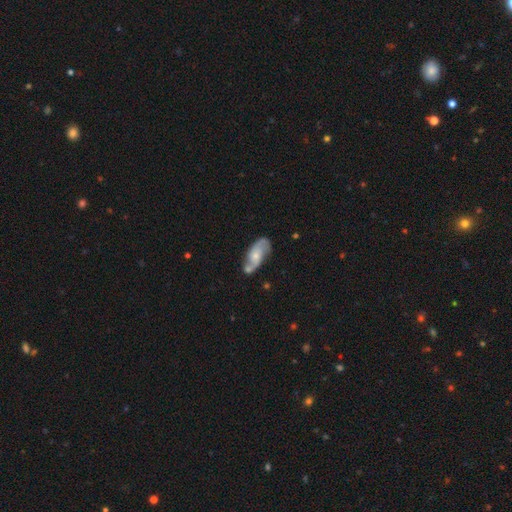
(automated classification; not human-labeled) This appears to be a featured or disk galaxy (68%) with no bar (65%), 2 (84%) medium (42%) spiral arms (90%) and a small central bulge (51%). Merging: none (57%).